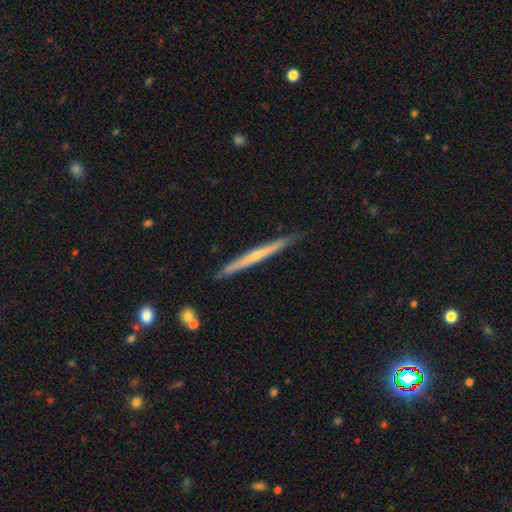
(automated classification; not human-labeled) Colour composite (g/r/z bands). It shows a featured or disk galaxy (61%) viewed edge-on (97%) with no central bulge (52%). Merging: none (88%).